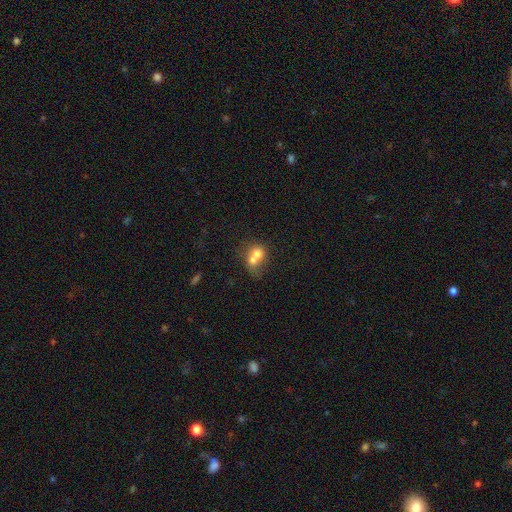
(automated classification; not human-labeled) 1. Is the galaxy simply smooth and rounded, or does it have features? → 66% smooth, 24% featured or disk, 10% star or artifact.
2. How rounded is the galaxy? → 60% round, 39% in between, 1% cigar-shaped.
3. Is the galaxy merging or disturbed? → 73% merger, 17% none, 6% minor disturbance, 4% major disturbance.